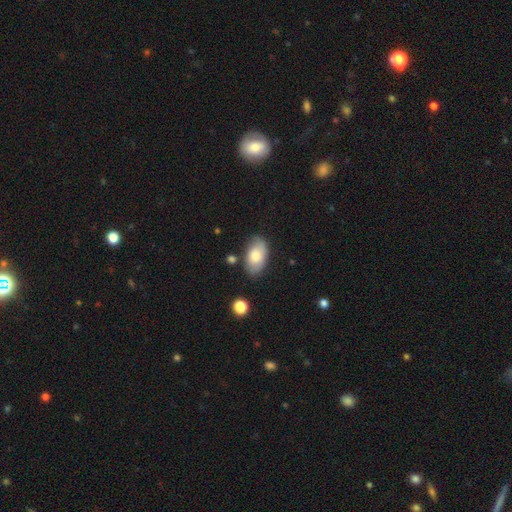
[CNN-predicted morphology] Overall: smooth (75%). How rounded: in between (94%). Merging: none (73%).